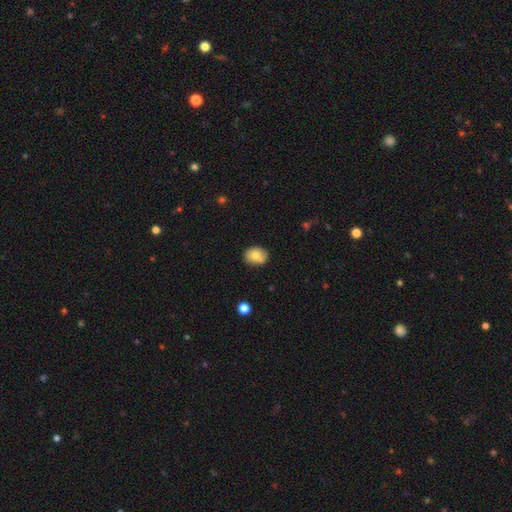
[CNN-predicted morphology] This appears to be a smooth galaxy with no disk features (74%) that is in between round and cigar-shaped (58%). Merging: none (74%).